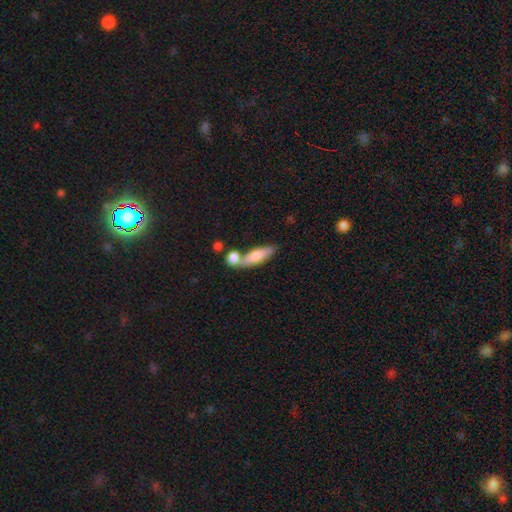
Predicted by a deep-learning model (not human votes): Morphology: type=smooth (65%); roundness=cigar-shaped (53%); merging=none (50%).